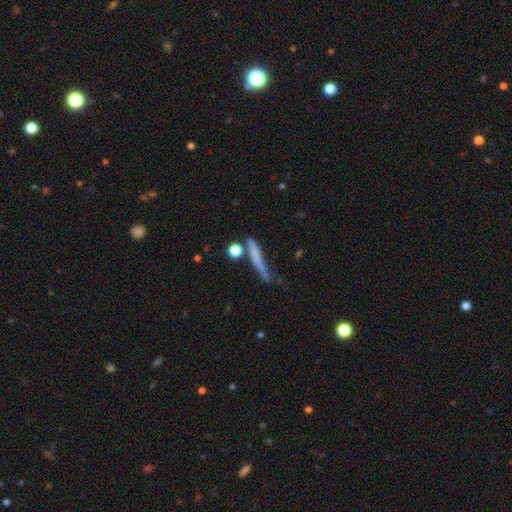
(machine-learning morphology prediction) A smooth galaxy with no disk features (58%) that is cigar-shaped (87%). Merging: none (52%).